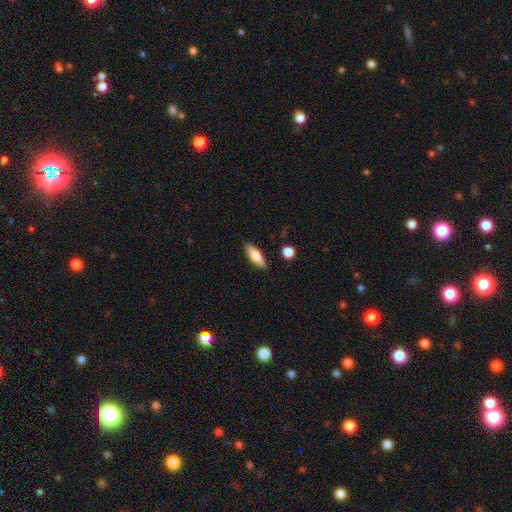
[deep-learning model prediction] Smooth or featured?
  - smooth: 55% *
  - featured or disk: 38%
  - star or artifact: 7%
How rounded?
  - in between: 54% *
  - cigar-shaped: 43%
  - round: 3%
Merging?
  - none: 87% *
  - minor disturbance: 9%
  - merger: 2%
  - major disturbance: 2%